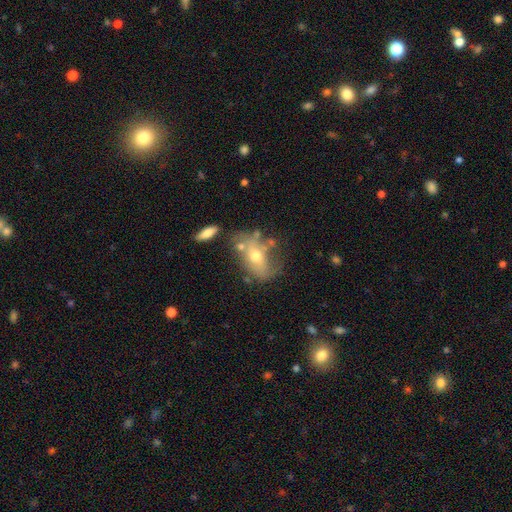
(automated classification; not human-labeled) Smooth or featured? Predicted: featured or disk (p=0.48). Merging? Predicted: none (p=0.44).